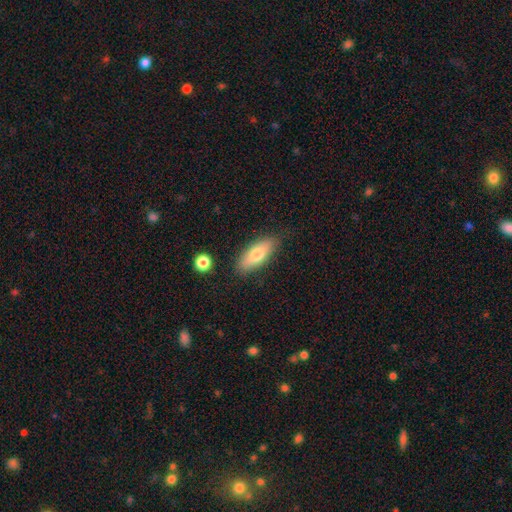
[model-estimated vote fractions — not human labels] smooth 70%, featured or disk 23%, star or artifact 7%. Down the decision tree: how rounded — in between (70%); merging — none (84%).